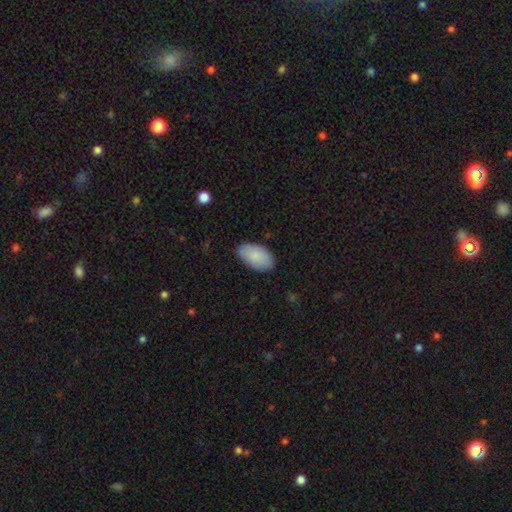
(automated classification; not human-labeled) A smooth galaxy with no disk features (88%) that is in between round and cigar-shaped (95%). Merging: none (84%).